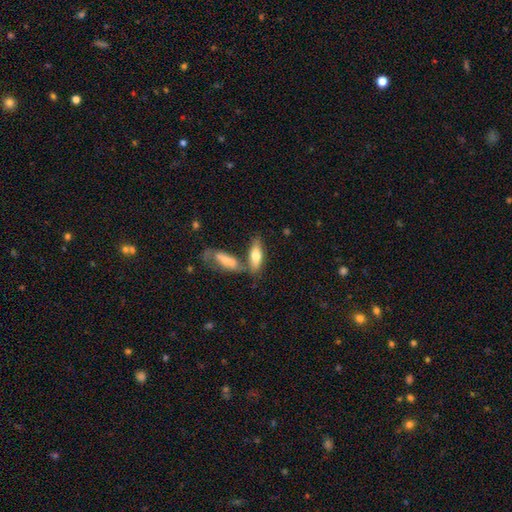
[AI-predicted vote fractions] A smooth galaxy with no disk features (67%) that is in between round and cigar-shaped (66%). Merging: none (46%).